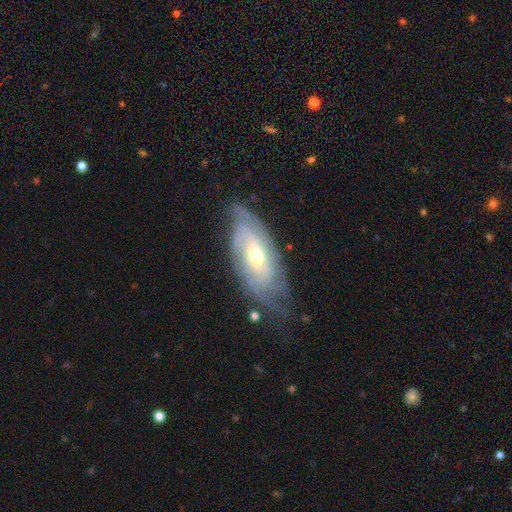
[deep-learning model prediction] A featured or disk galaxy (79%) with no bar (54%), tight (63%) spiral arms (90%) and a moderate central bulge (67%). Merging: none (66%).